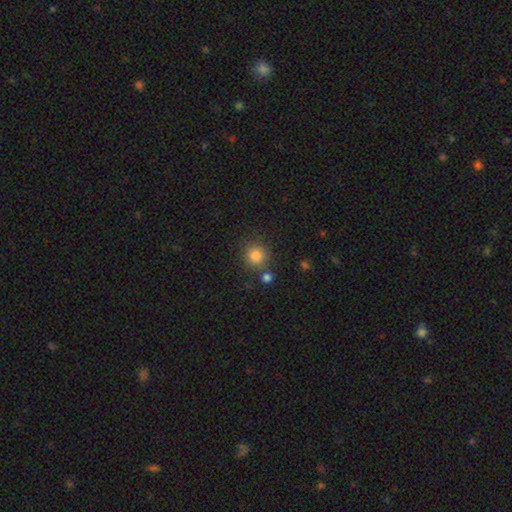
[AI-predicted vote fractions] Q: Smooth or featured?
A: smooth (83%); runner-up: star or artifact (12%)
Q: How rounded?
A: round (91%); runner-up: in between (9%)
Q: Merging?
A: none (76%); runner-up: merger (11%)